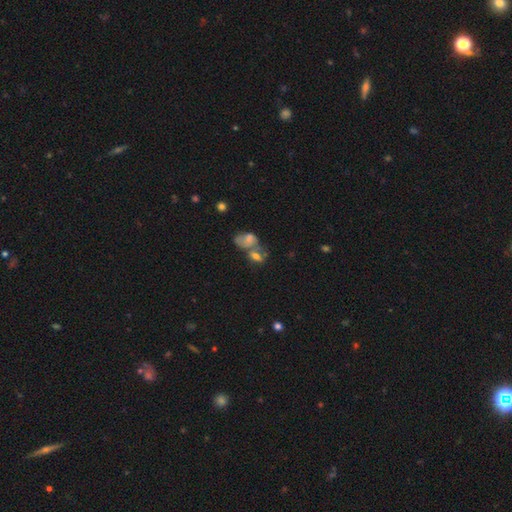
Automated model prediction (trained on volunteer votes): This is likely a smooth galaxy (60%). How rounded: likely in between (76%). Merging: possibly merger (51%).